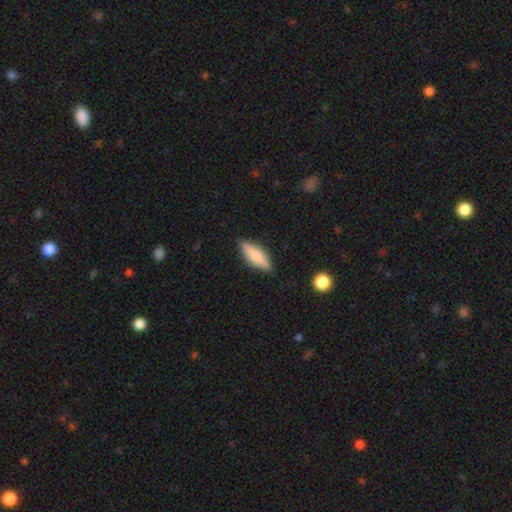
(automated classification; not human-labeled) Smooth or featured? smooth (68%)
How rounded? cigar-shaped (54%)
Merging? none (85%)